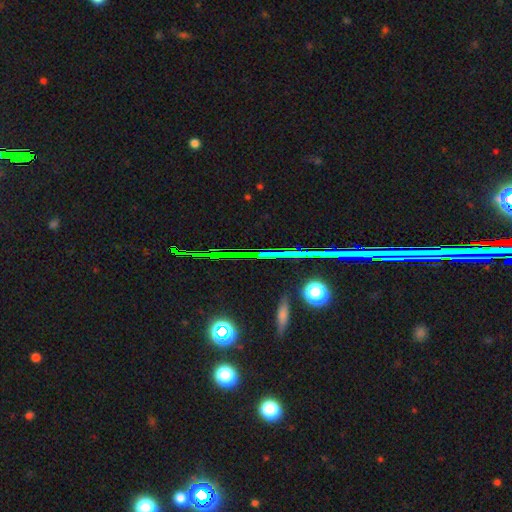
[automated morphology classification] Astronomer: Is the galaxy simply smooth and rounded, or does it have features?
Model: star or artifact — 64%.